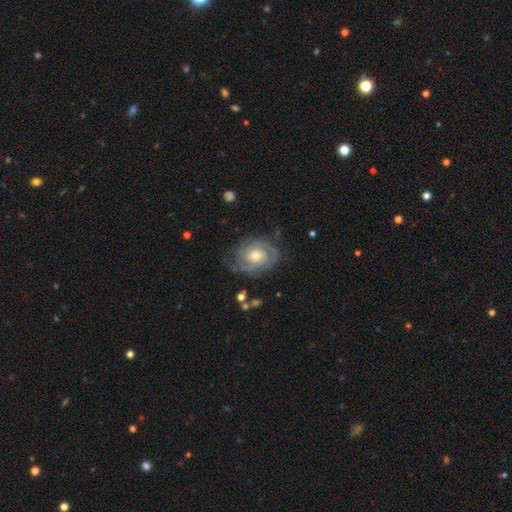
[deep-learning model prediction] smooth_or_featured: featured or disk (p=0.85) [alt: smooth p=0.10]
disk_edge_on: no (p=0.97) [alt: yes p=0.03]
bar: no (p=0.73) [alt: weak p=0.23]
has_spiral_arms: yes (p=0.95) [alt: no p=0.05]
spiral_winding: tight (p=0.65) [alt: medium p=0.28]
spiral_arm_count: 2 (p=0.44) [alt: can't tell p=0.22]
bulge_size: moderate (p=0.68) [alt: small p=0.24]
merging: none (p=0.73) [alt: minor disturbance p=0.18]